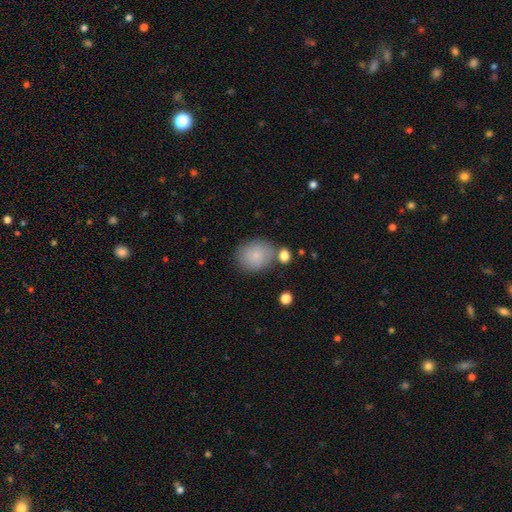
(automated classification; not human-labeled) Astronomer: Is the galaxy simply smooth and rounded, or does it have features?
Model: smooth — 84%.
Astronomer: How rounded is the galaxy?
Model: round — 53% (runner-up: in between, 46%).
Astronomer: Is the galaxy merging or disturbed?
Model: none — 70%.